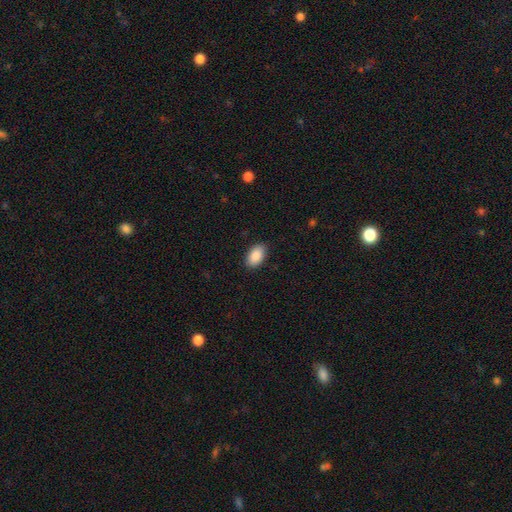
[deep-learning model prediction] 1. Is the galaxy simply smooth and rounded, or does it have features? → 90% smooth, 7% star or artifact, 3% featured or disk.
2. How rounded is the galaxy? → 94% in between, 4% round, 1% cigar-shaped.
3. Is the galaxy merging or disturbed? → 87% none, 9% minor disturbance, 2% major disturbance, 1% merger.